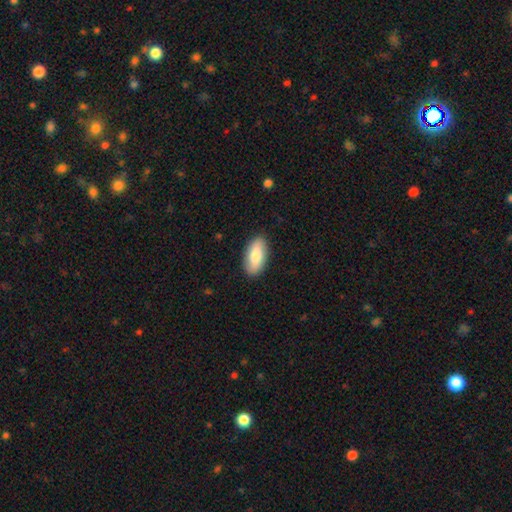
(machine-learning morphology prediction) Q: Smooth or featured?
A: smooth (76%); runner-up: featured or disk (19%)
Q: How rounded?
A: in between (89%); runner-up: cigar-shaped (8%)
Q: Merging?
A: none (88%); runner-up: minor disturbance (9%)